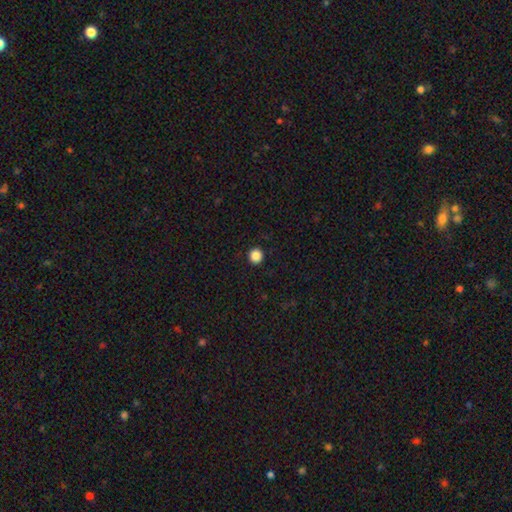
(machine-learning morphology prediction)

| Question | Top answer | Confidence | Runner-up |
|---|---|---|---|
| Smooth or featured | smooth | 87% | star or artifact (10%) |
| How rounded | round | 94% | in between (5%) |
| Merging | none | 93% | minor disturbance (4%) |